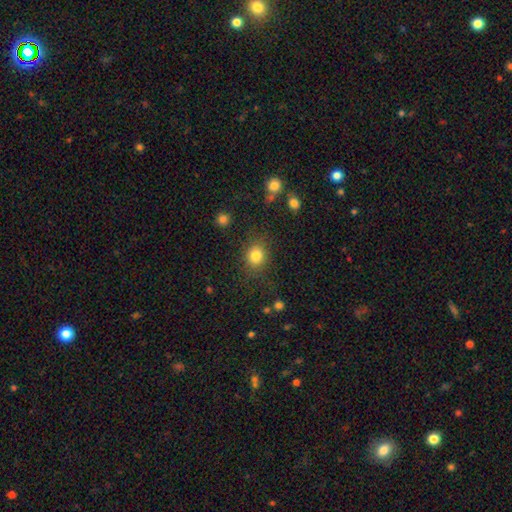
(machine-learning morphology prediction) Smooth or featured? Predicted: smooth (p=0.82). How rounded? Predicted: round (p=0.67). Merging? Predicted: none (p=0.83).